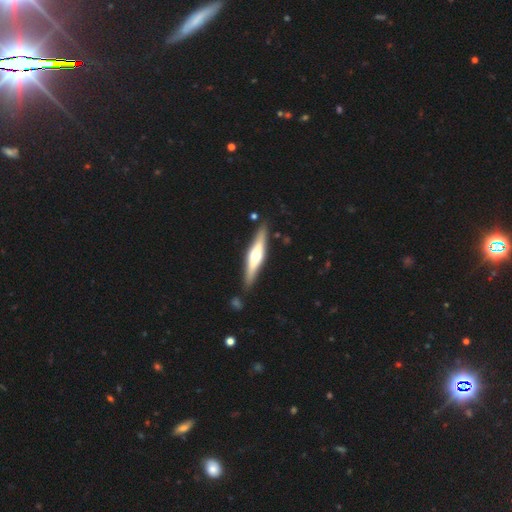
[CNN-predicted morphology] smooth_or_featured: featured or disk (p=0.68) [alt: smooth p=0.27]
disk_edge_on: yes (p=0.95) [alt: no p=0.05]
edge_on_bulge: rounded (p=0.92) [alt: boxy p=0.06]
merging: none (p=0.87) [alt: minor disturbance p=0.09]